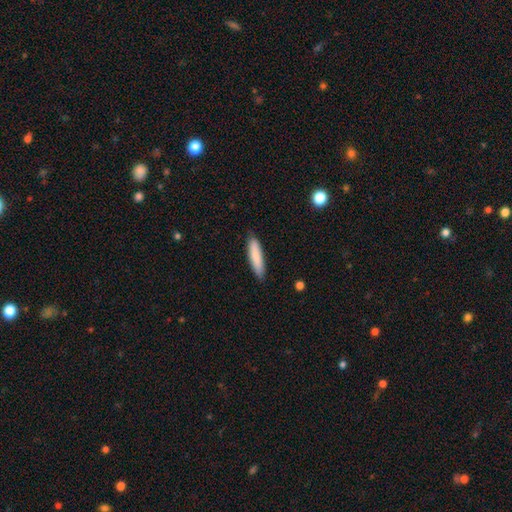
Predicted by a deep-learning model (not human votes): Morphology: type=smooth (84%); roundness=cigar-shaped (79%); merging=none (86%).